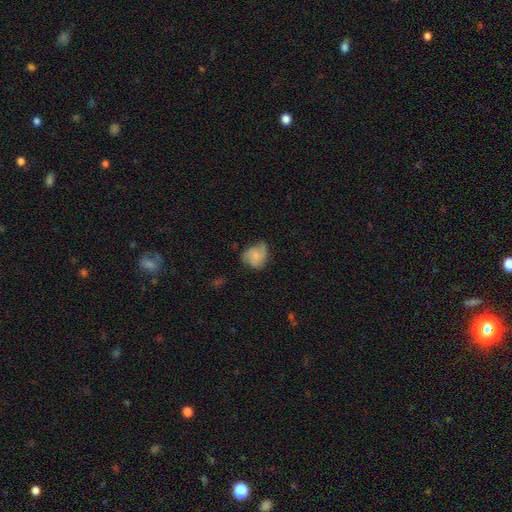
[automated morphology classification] Smooth or featured? Predicted: smooth (p=0.60). How rounded? Predicted: round (p=0.56). Merging? Predicted: none (p=0.44).